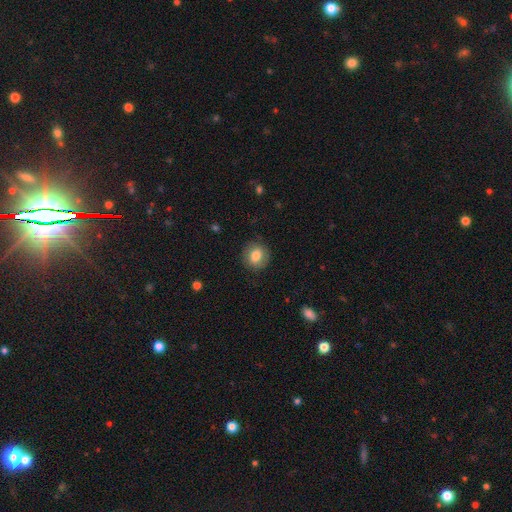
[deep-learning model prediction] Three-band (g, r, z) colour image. It shows a smooth galaxy with no disk features (78%) that is round (83%). Merging: none (85%).